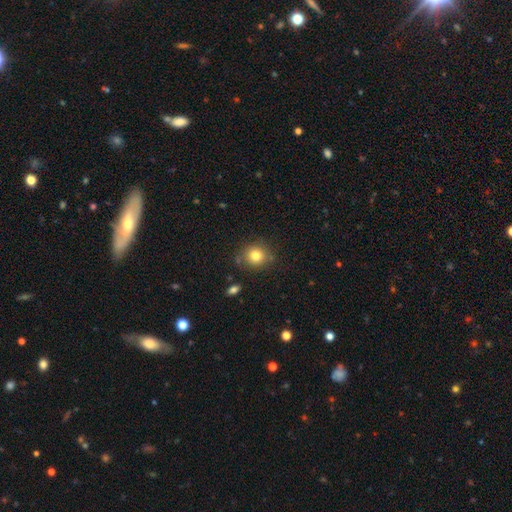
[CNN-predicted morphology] Smooth or featured: smooth — 81% (star or artifact — 11%)
How rounded: round — 83% (in between — 16%)
Merging: none — 81% (minor disturbance — 12%)